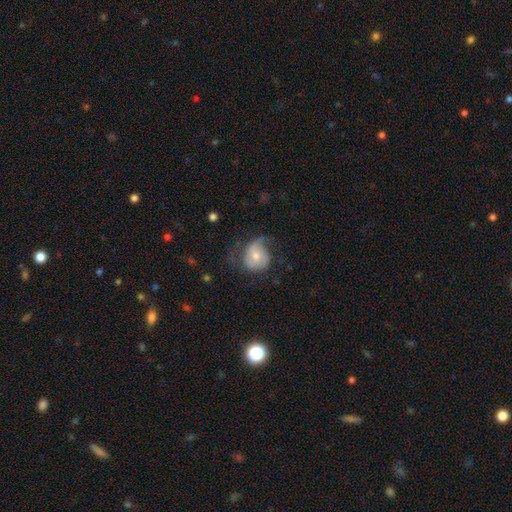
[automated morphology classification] This is possibly a smooth galaxy (46%, tied with featured or disk). Merging: marginally none (41%).